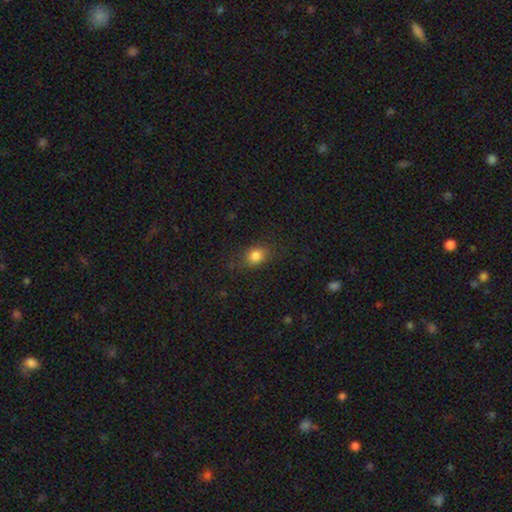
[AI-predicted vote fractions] smooth 82%, star or artifact 12%, featured or disk 6%. Down the decision tree: how rounded — round (55%); merging — none (77%).